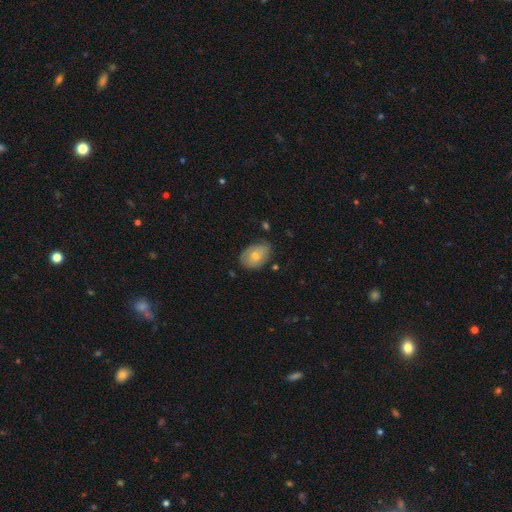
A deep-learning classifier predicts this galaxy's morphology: Q: Smooth or featured?
A: smooth (66%); runner-up: featured or disk (27%)
Q: How rounded?
A: in between (82%); runner-up: round (17%)
Q: Merging?
A: none (66%); runner-up: minor disturbance (27%)